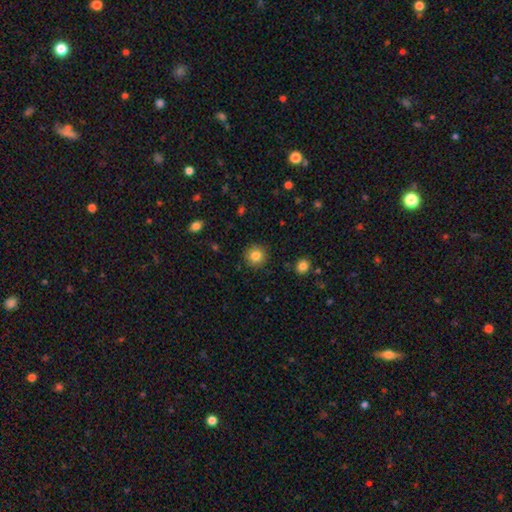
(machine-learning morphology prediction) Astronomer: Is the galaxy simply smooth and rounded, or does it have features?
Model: smooth — 83%.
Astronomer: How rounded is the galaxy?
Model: round — 94%.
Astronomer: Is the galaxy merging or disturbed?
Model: none — 90%.